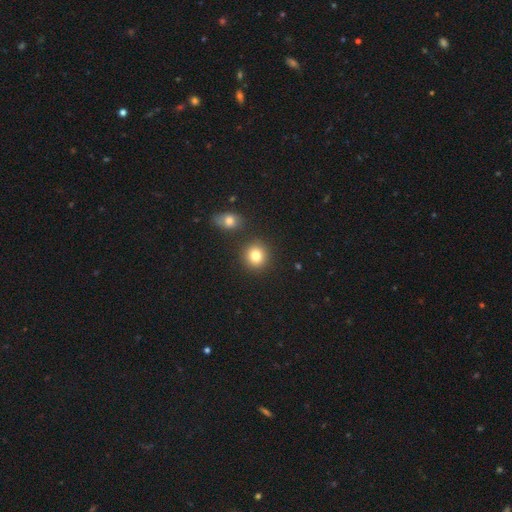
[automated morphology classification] A smooth galaxy with no disk features (82%) that is round (87%).

Vote fractions:
- Smooth or featured? smooth: 82% / star or artifact: 11% / featured or disk: 7%
- How rounded? round: 87% / in between: 12% / cigar-shaped: 1%
- Merging? none: 84% / minor disturbance: 7% / merger: 7% / major disturbance: 3%